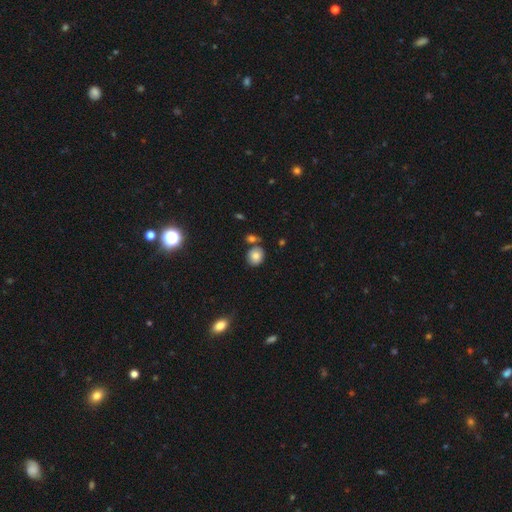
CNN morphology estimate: This appears to be a smooth galaxy with no disk features (81%) that is round (62%). Merging: none (71%).